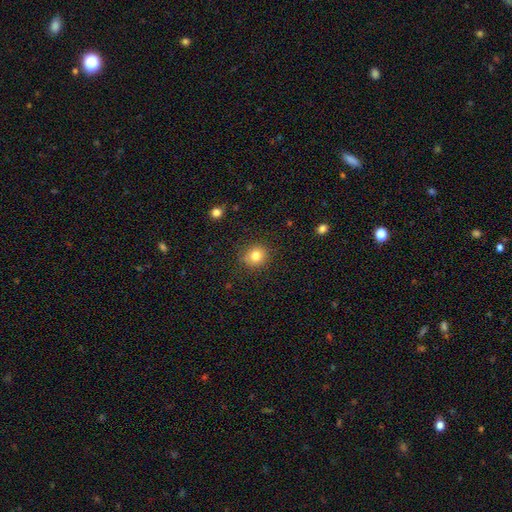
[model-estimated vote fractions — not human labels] smooth_or_featured: smooth (p=0.81) [alt: star or artifact p=0.11]
how_rounded: round (p=0.85) [alt: in between p=0.14]
merging: none (p=0.86) [alt: minor disturbance p=0.10]